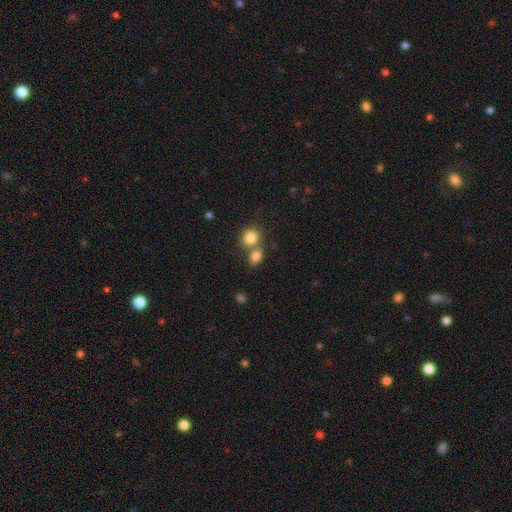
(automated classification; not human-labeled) Smooth or featured?
  - smooth: 81% *
  - star or artifact: 11%
  - featured or disk: 8%
How rounded?
  - in between: 53% *
  - round: 45%
  - cigar-shaped: 2%
Merging?
  - merger: 46% *
  - none: 42%
  - minor disturbance: 8%
  - major disturbance: 3%